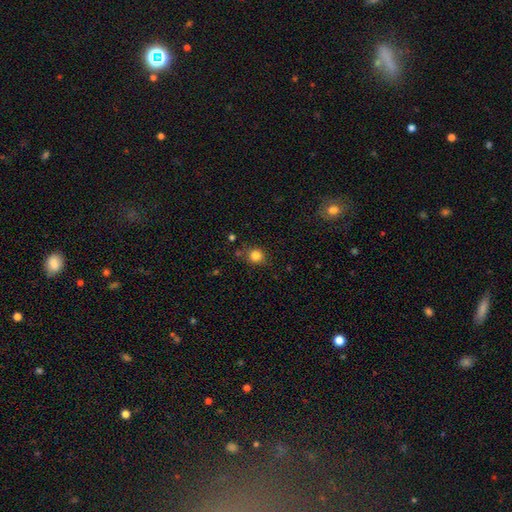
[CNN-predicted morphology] Smooth or featured: smooth — 83% (star or artifact — 12%)
How rounded: round — 87% (in between — 12%)
Merging: none — 78% (minor disturbance — 14%)